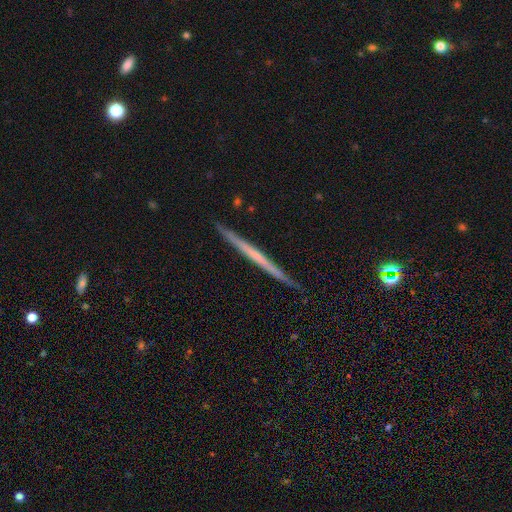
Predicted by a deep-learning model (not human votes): A featured or disk galaxy (65%) viewed edge-on (98%) with no central bulge (80%).

Vote fractions:
- Smooth or featured? featured or disk: 65% / smooth: 30% / star or artifact: 6%
- Edge-on disk? yes: 98% / no: 2%
- Edge-on bulge? none: 80% / rounded: 15% / boxy: 4%
- Merging? none: 91% / minor disturbance: 7% / major disturbance: 1% / merger: 1%